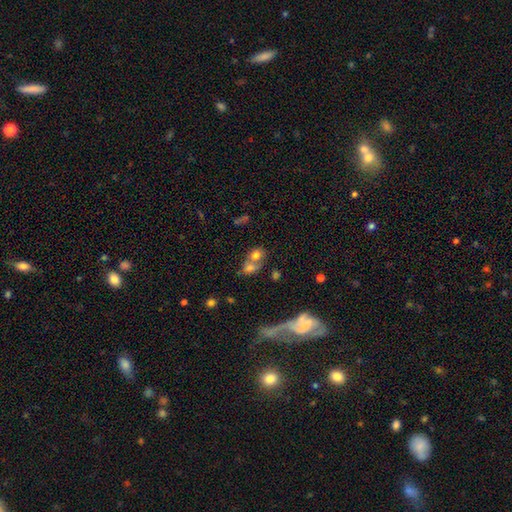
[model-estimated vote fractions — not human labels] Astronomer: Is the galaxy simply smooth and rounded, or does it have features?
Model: smooth — 70%.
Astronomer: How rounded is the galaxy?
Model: round — 52% (runner-up: in between, 46%).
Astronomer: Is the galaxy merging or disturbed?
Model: merger — 61%.